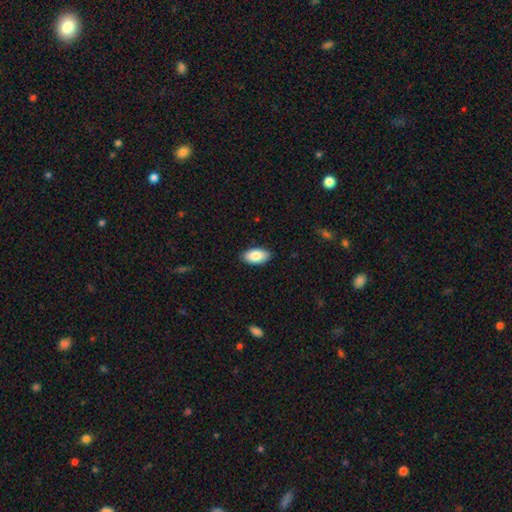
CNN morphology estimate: smooth 85%, featured or disk 9%, star or artifact 6%. Down the decision tree: how rounded — in between (95%); merging — none (88%).